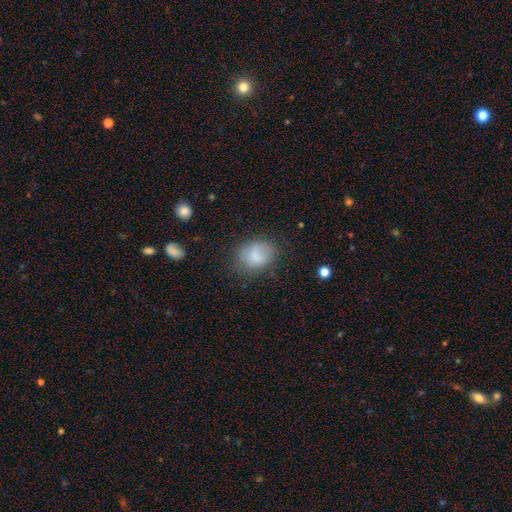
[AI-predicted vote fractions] smooth-or-featured: smooth: 77% | featured or disk: 14% | star or artifact: 9%
  how-rounded: in between: 51% | round: 48% | cigar-shaped: 1%
  merging: none: 64% | minor disturbance: 24% | major disturbance: 10% | merger: 2%